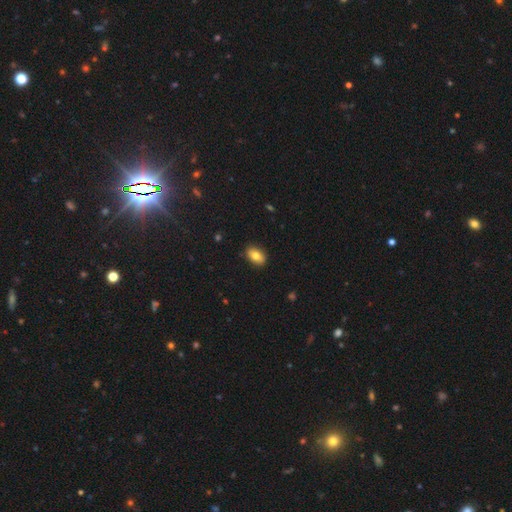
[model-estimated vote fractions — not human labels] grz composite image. It shows a smooth galaxy with no disk features (80%) that is in between round and cigar-shaped (85%). Merging: none (88%).